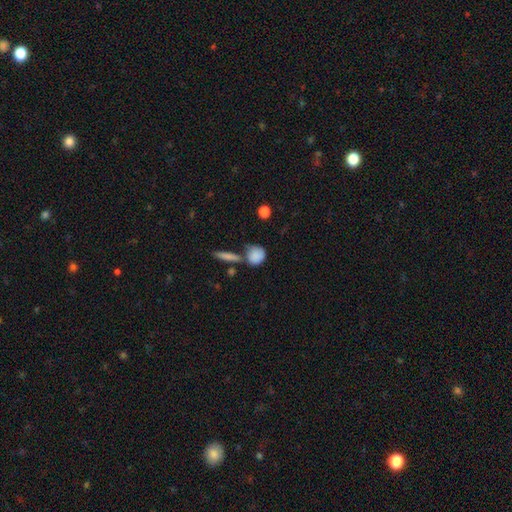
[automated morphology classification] Smooth or featured: smooth — 83% (featured or disk — 9%)
How rounded: round — 76% (in between — 19%)
Merging: none — 55% (merger — 21%)